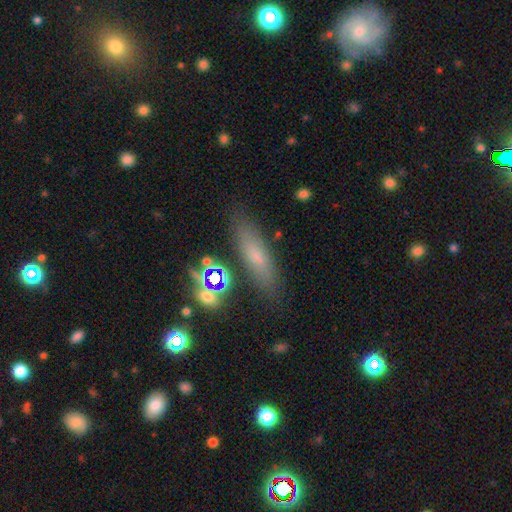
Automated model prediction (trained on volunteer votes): smooth_or_featured: smooth (p=0.62) [alt: featured or disk p=0.23]
how_rounded: cigar-shaped (p=0.60) [alt: in between p=0.36]
merging: none (p=0.79) [alt: minor disturbance p=0.12]